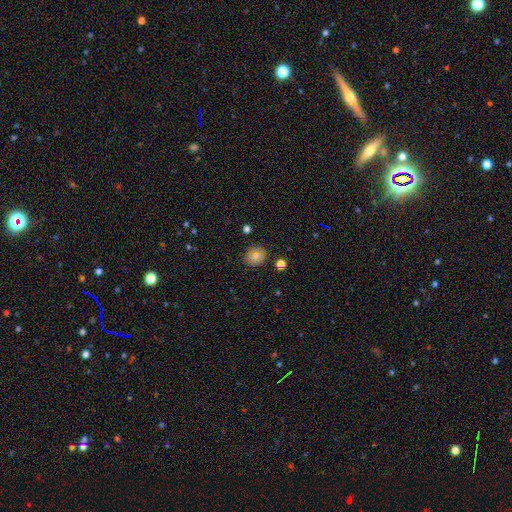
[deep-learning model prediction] A smooth galaxy with no disk features (74%) that is round (74%).

Vote fractions:
- Smooth or featured? smooth: 74% / featured or disk: 16% / star or artifact: 11%
- How rounded? round: 74% / in between: 26% / cigar-shaped: 1%
- Merging? none: 85% / minor disturbance: 10% / major disturbance: 2% / merger: 2%